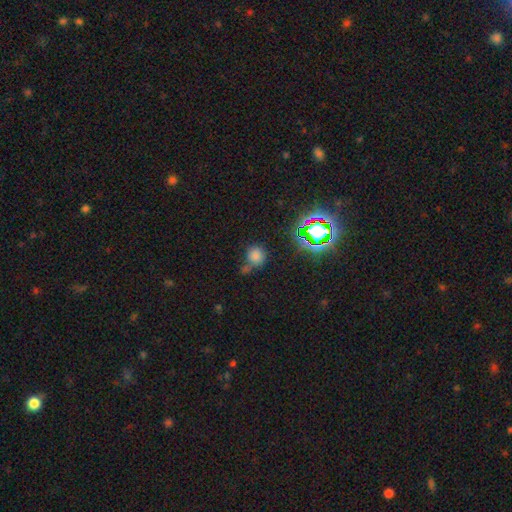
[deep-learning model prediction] Smooth or featured? Predicted: smooth (p=0.70). How rounded? Predicted: round (p=0.86). Merging? Predicted: none (p=0.58).